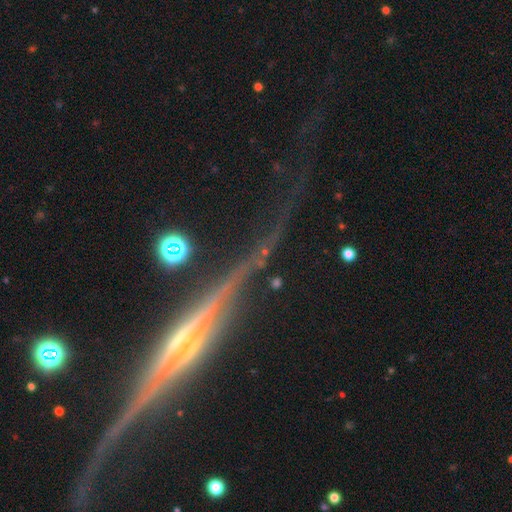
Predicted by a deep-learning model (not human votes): A featured or disk galaxy (81%) viewed edge-on (93%) with a rounded central bulge (64%). Merging: none (66%).